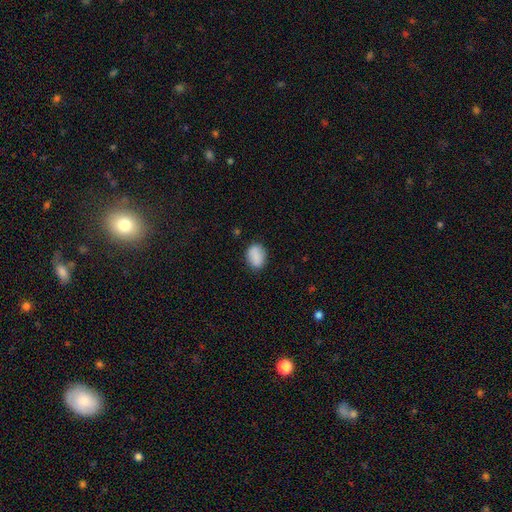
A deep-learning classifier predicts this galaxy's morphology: Smooth or featured? smooth (86%)
How rounded? in between (71%)
Merging? none (82%)